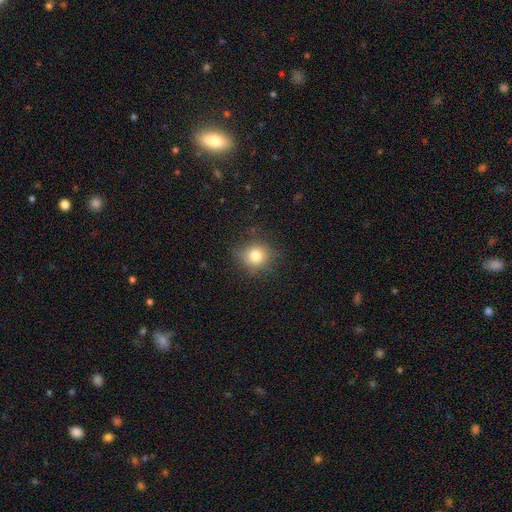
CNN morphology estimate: Smooth or featured?
  - smooth: 78% *
  - star or artifact: 12%
  - featured or disk: 9%
How rounded?
  - round: 83% *
  - in between: 16%
  - cigar-shaped: 1%
Merging?
  - none: 79% *
  - minor disturbance: 16%
  - major disturbance: 5%
  - merger: 1%